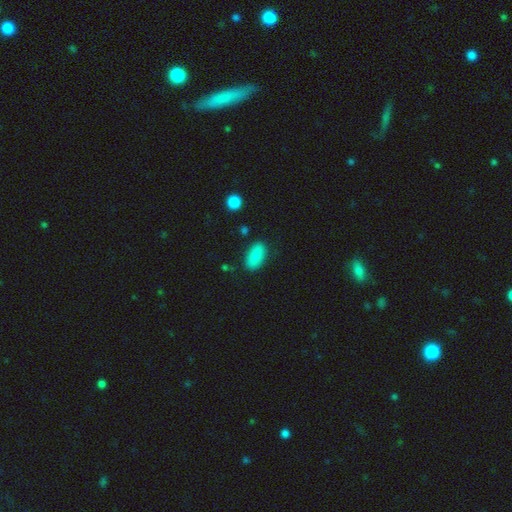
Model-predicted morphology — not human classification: Smooth or featured? smooth (82%)
How rounded? in between (92%)
Merging? none (82%)